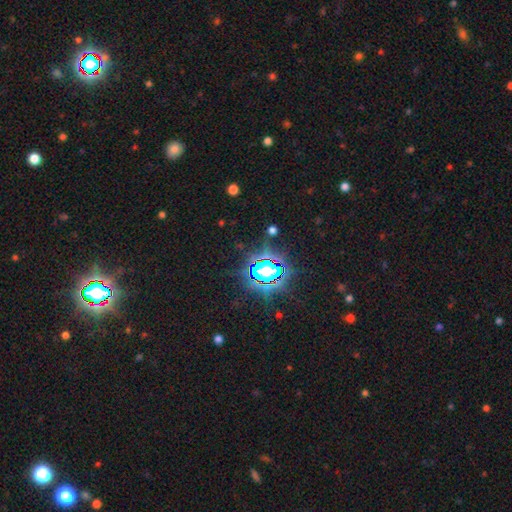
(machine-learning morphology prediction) A star or artifact, not a galaxy (84%).